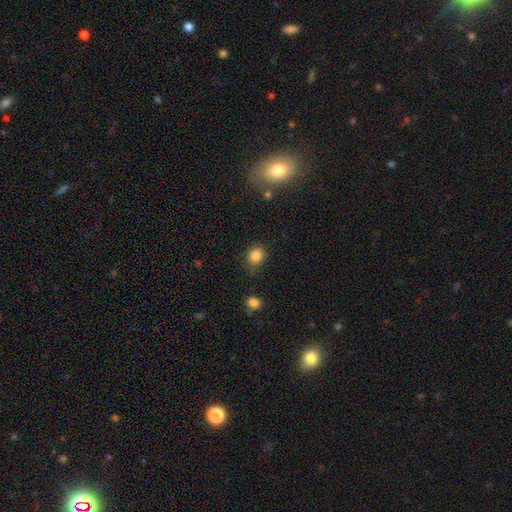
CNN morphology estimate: This is clearly a smooth galaxy (85%). How rounded: likely round (76%). Merging: likely none (76%).